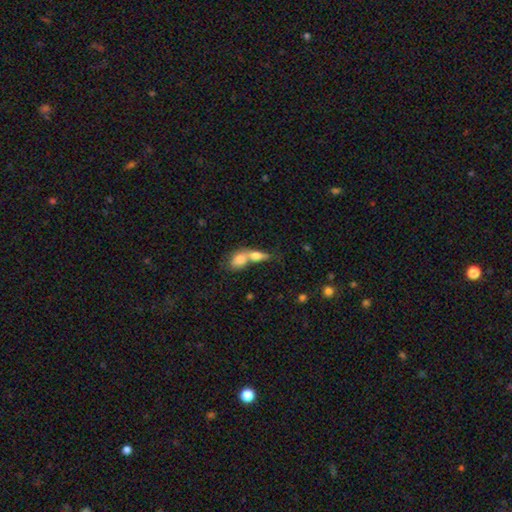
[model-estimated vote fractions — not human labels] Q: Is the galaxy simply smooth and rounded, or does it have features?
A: smooth — 71%.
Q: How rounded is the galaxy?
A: in between — 71%.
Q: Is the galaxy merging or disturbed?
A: merger — 69%.